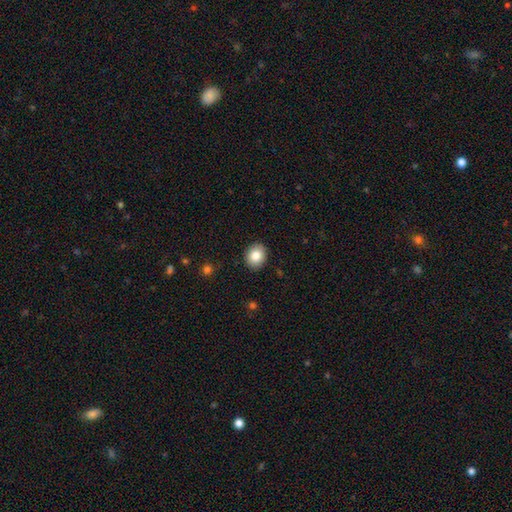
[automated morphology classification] Smooth or featured?
  - smooth: 83% *
  - star or artifact: 9%
  - featured or disk: 8%
How rounded?
  - round: 65% *
  - in between: 34%
  - cigar-shaped: 1%
Merging?
  - none: 90% *
  - minor disturbance: 7%
  - major disturbance: 2%
  - merger: 1%